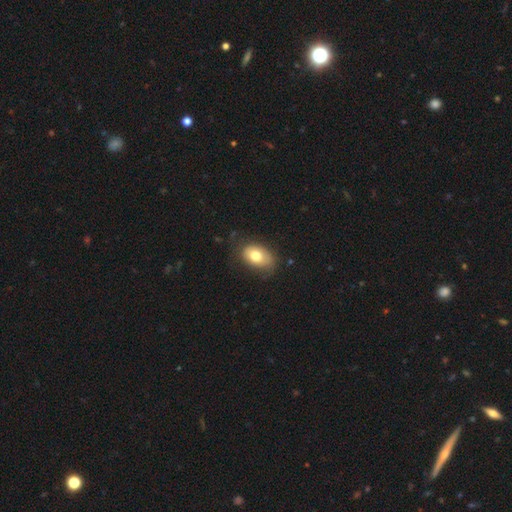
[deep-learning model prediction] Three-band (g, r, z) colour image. It shows a smooth galaxy with no disk features (75%) that is in between round and cigar-shaped (84%). Merging: none (68%).